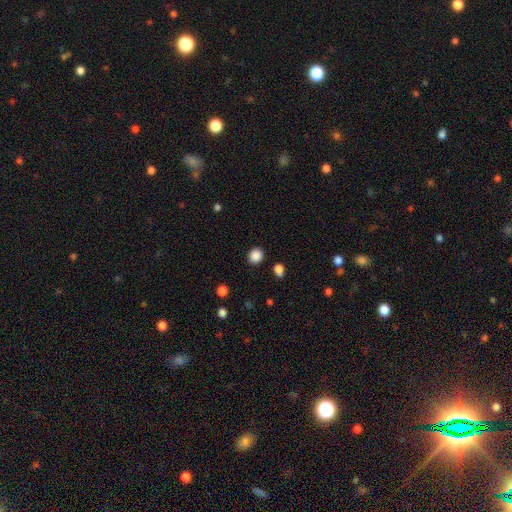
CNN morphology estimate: type=smooth (87%); roundness=round (84%); merging=none (89%).